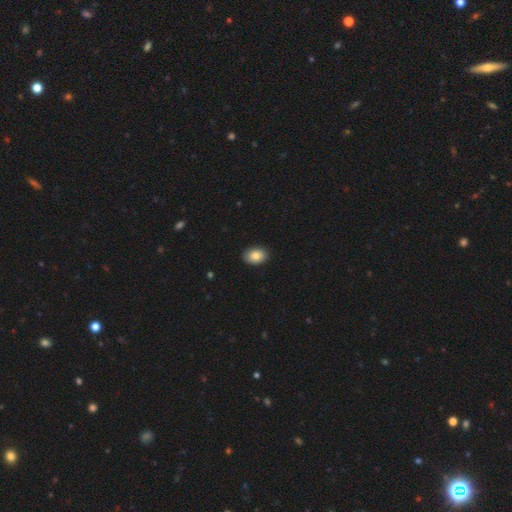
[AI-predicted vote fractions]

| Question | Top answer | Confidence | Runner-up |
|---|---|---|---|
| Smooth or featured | smooth | 85% | featured or disk (8%) |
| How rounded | in between | 81% | round (18%) |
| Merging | none | 89% | minor disturbance (9%) |